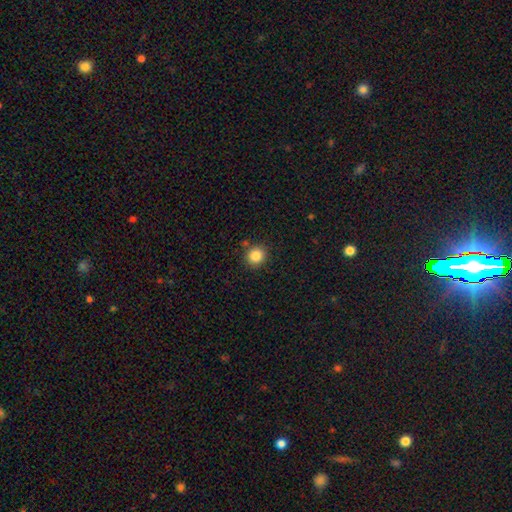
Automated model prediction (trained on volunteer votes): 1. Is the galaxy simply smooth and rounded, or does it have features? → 85% smooth, 11% star or artifact, 5% featured or disk.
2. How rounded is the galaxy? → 87% round, 12% in between, 1% cigar-shaped.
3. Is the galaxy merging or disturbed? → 87% none, 8% minor disturbance, 3% merger, 2% major disturbance.